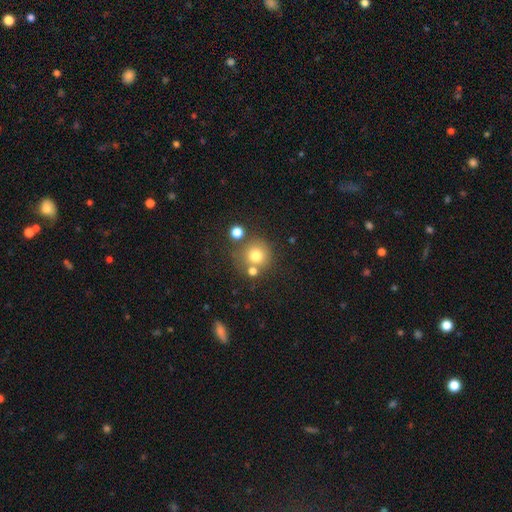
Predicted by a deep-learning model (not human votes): Smooth or featured?
  - smooth: 75% *
  - star or artifact: 14%
  - featured or disk: 11%
How rounded?
  - round: 92% *
  - in between: 7%
  - cigar-shaped: 1%
Merging?
  - none: 67% *
  - merger: 17%
  - minor disturbance: 11%
  - major disturbance: 5%